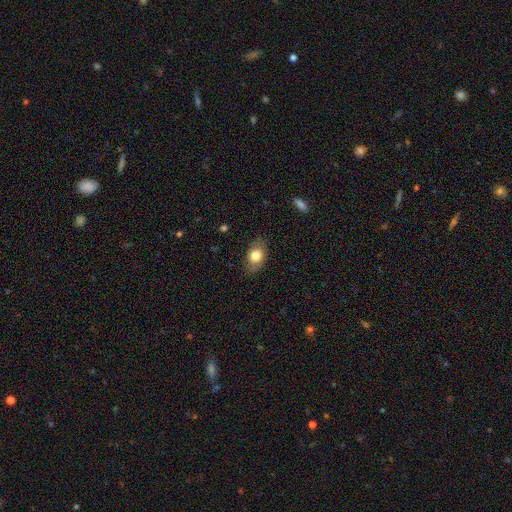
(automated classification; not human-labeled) Smooth or featured? Predicted: smooth (p=0.76). How rounded? Predicted: in between (p=0.83). Merging? Predicted: none (p=0.82).